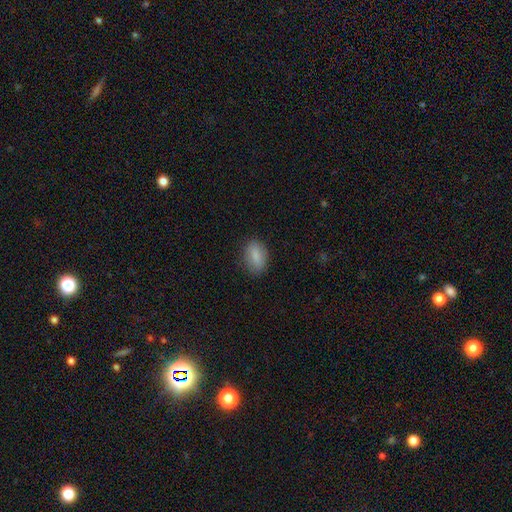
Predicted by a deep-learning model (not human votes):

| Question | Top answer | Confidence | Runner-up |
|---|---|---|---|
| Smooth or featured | smooth | 85% | featured or disk (8%) |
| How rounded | in between | 89% | round (8%) |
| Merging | none | 81% | minor disturbance (14%) |